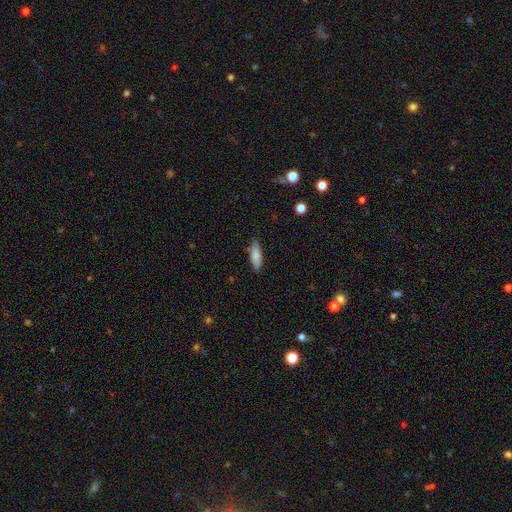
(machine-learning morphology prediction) Smooth or featured? smooth (84%)
How rounded? in between (65%)
Merging? none (83%)